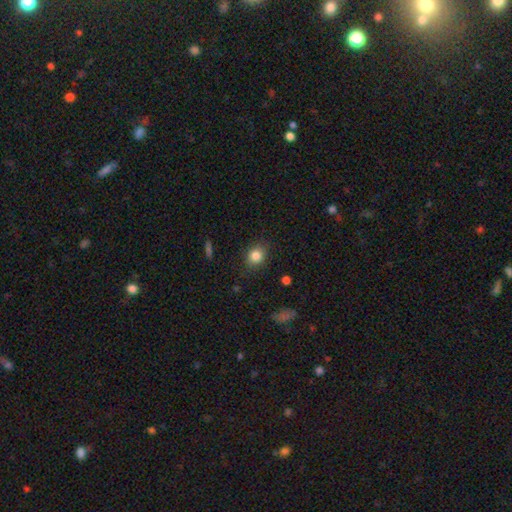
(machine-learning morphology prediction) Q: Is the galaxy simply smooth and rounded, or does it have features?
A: smooth — 83%.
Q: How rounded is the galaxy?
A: round — 58%.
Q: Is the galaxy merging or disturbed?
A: none — 84%.